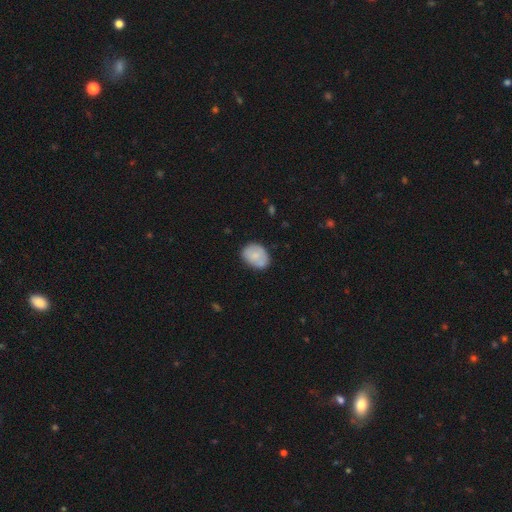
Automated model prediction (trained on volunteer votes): Morphology: type=smooth (78%); roundness=in between (64%); merging=none (74%).